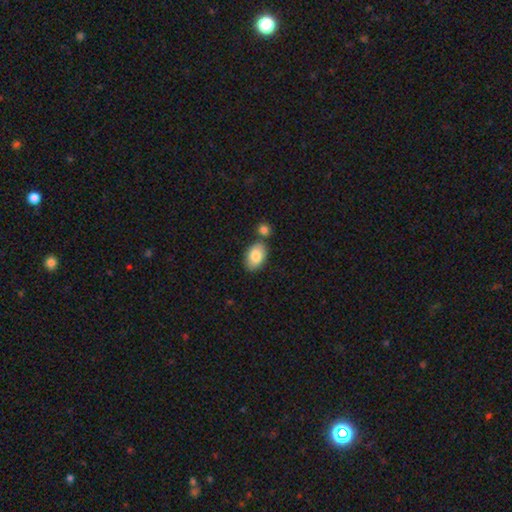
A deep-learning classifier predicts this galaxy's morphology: smooth-or-featured: smooth: 83% | featured or disk: 11% | star or artifact: 6%
  how-rounded: in between: 90% | round: 8% | cigar-shaped: 1%
  merging: none: 69% | merger: 16% | minor disturbance: 13% | major disturbance: 3%